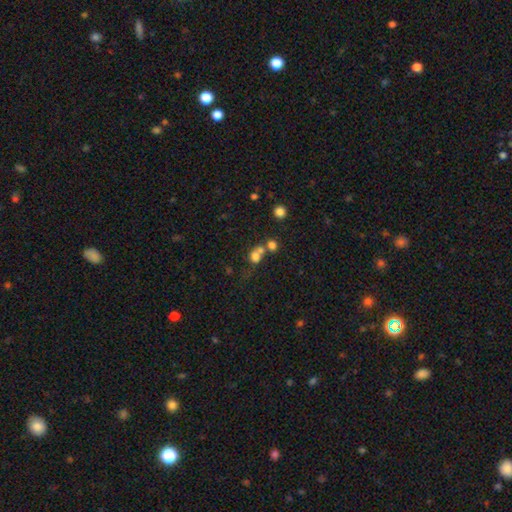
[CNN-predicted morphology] A smooth galaxy with no disk features (70%) that is round (69%). Merging: merger (56%).